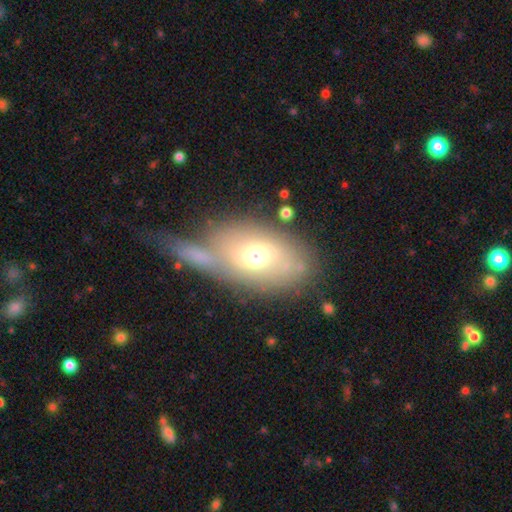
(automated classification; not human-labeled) Overall: smooth (60%; featured or disk 31%). How rounded: in between (83%). Merging: none (41%; merger 28%).